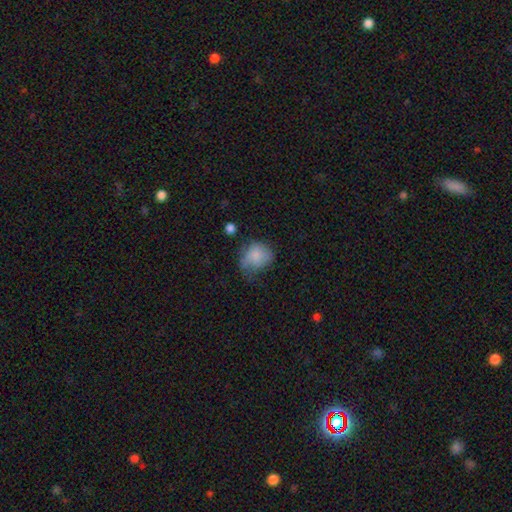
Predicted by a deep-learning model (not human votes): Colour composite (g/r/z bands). It shows a smooth galaxy with no disk features (77%) that is round (57%). Merging: minor disturbance (36%, tied with none).